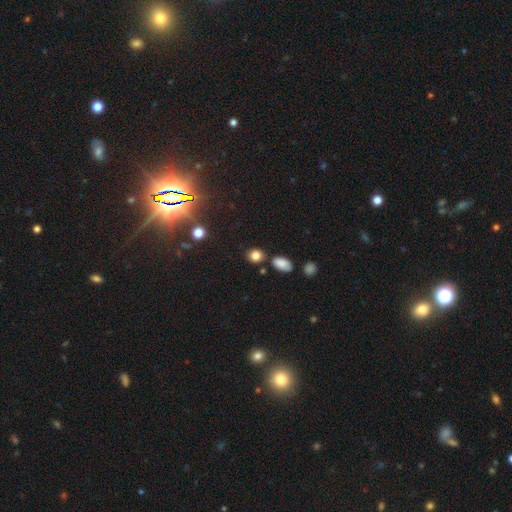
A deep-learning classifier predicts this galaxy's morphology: Smooth or featured? smooth (84%)
How rounded? round (63%)
Merging? none (76%)